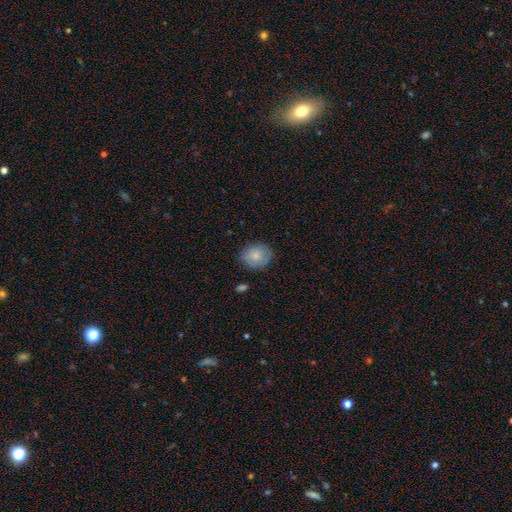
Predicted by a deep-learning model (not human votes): This is clearly a smooth galaxy (82%). How rounded: likely round (67%). Merging: clearly none (81%).